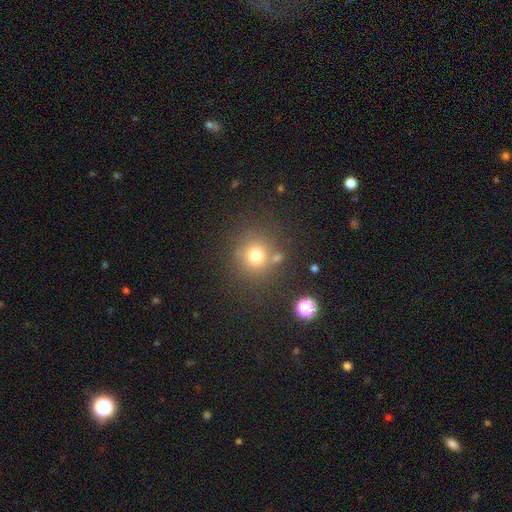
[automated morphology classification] type=smooth (74%); roundness=round (89%); merging=none (76%).